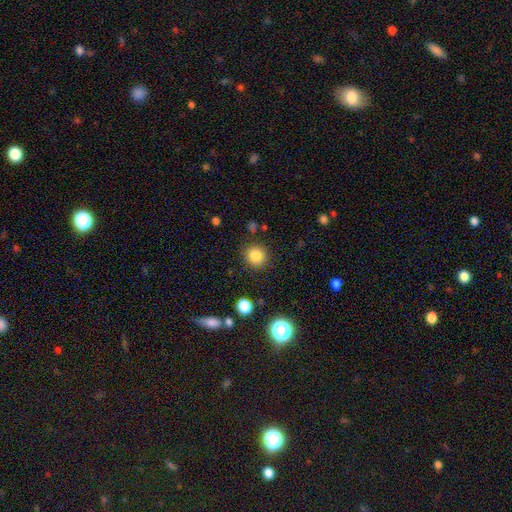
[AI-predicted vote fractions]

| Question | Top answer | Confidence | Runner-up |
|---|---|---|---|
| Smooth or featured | smooth | 84% | star or artifact (11%) |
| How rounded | round | 92% | in between (8%) |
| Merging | none | 88% | minor disturbance (7%) |